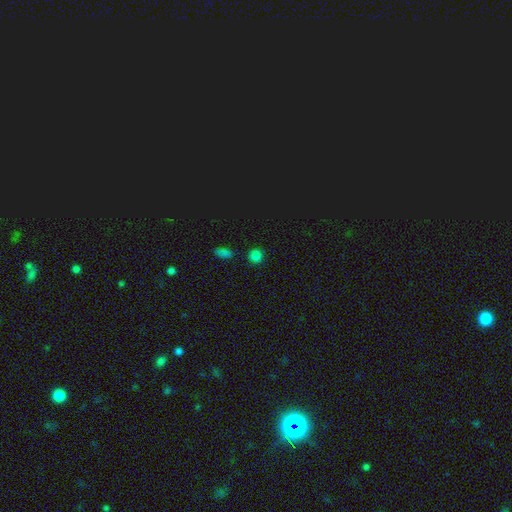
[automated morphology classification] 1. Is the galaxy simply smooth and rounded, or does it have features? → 77% smooth, 19% star or artifact, 4% featured or disk.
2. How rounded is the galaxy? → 91% round, 7% in between, 1% cigar-shaped.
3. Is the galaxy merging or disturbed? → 86% none, 8% minor disturbance, 4% merger, 2% major disturbance.